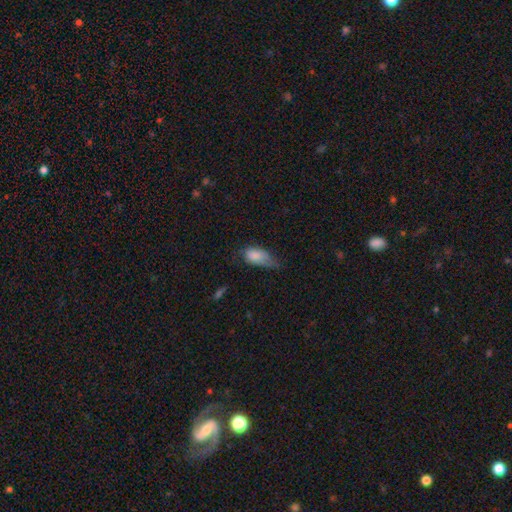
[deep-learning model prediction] Q: Smooth or featured?
A: smooth (82%); runner-up: featured or disk (11%)
Q: How rounded?
A: in between (89%); runner-up: round (5%)
Q: Merging?
A: minor disturbance (46%); runner-up: major disturbance (26%)